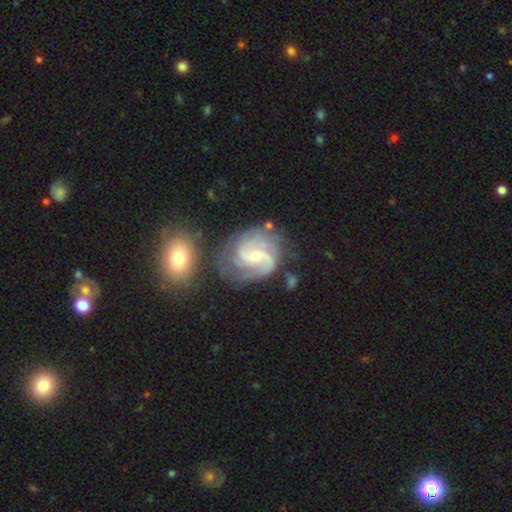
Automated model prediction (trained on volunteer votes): Morphology: type=featured or disk (87%); edge-on=no (98%); bar=weak (46%); spiral arms=yes (97%); winding=medium (50%); arm count=2 (46%); bulge=small (66%); merging=none (53%).